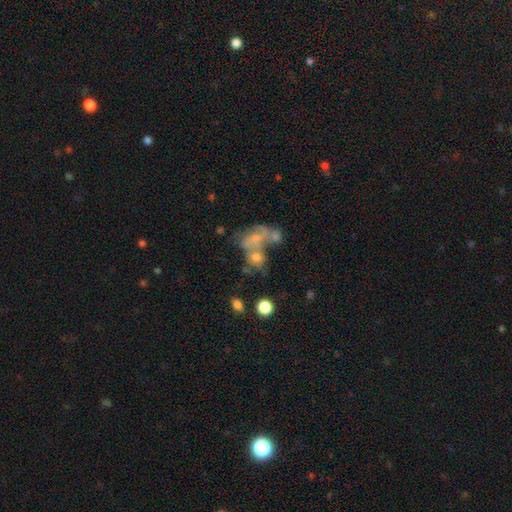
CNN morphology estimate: Overall: featured or disk (44%; smooth 35%). Merging: merger (45%; none 27%).